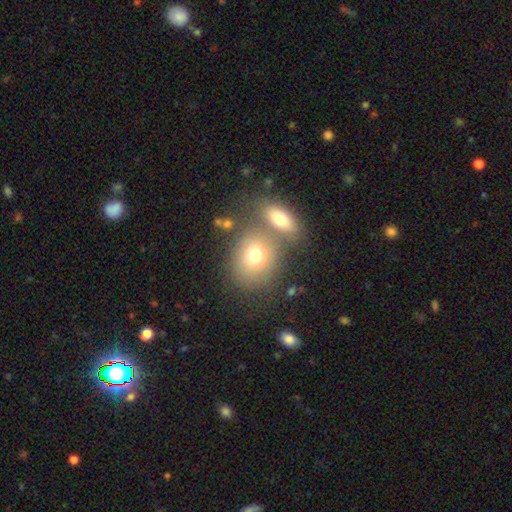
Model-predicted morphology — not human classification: Smooth or featured? smooth (72%)
How rounded? round (57%)
Merging? none (53%)